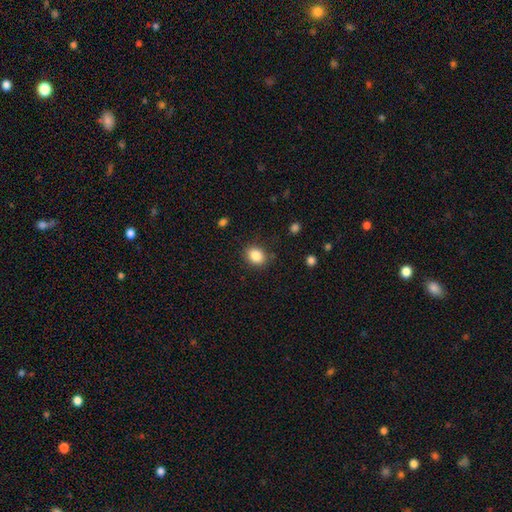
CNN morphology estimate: Overall: smooth (86%). How rounded: in between (51%; round 48%). Merging: none (85%).